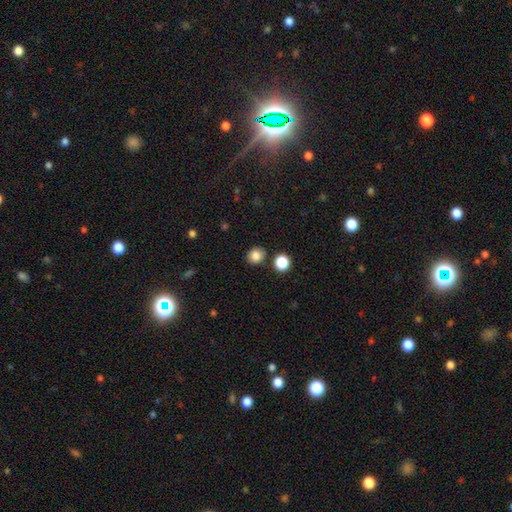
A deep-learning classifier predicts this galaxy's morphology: A smooth galaxy with no disk features (84%) that is round (79%).

Vote fractions:
- Smooth or featured? smooth: 84% / star or artifact: 11% / featured or disk: 5%
- How rounded? round: 79% / in between: 20% / cigar-shaped: 1%
- Merging? none: 86% / minor disturbance: 7% / merger: 5% / major disturbance: 2%